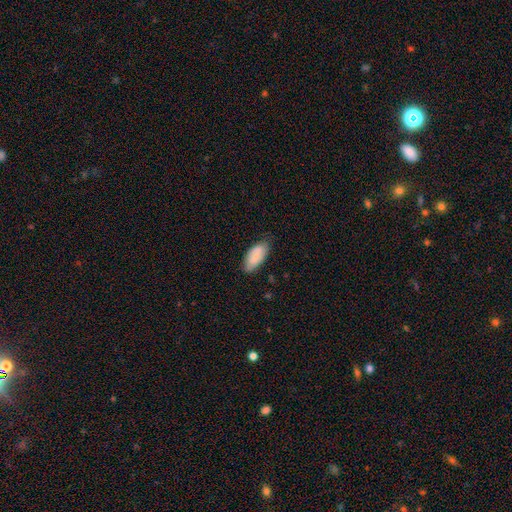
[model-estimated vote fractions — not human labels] Overall: smooth (83%). How rounded: in between (91%). Merging: none (72%).